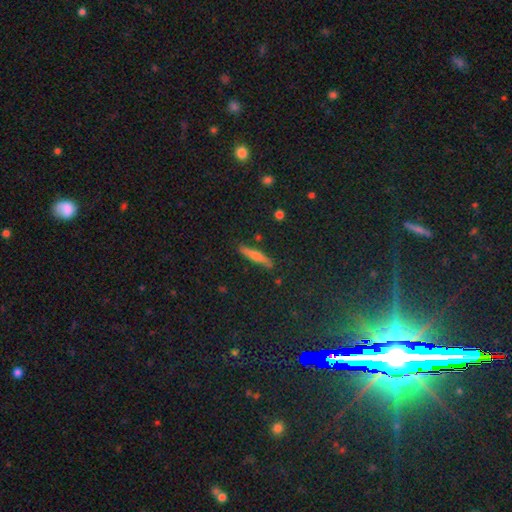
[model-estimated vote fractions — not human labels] smooth 60%, featured or disk 31%, star or artifact 9%. Down the decision tree: how rounded — cigar-shaped (88%); merging — none (83%).